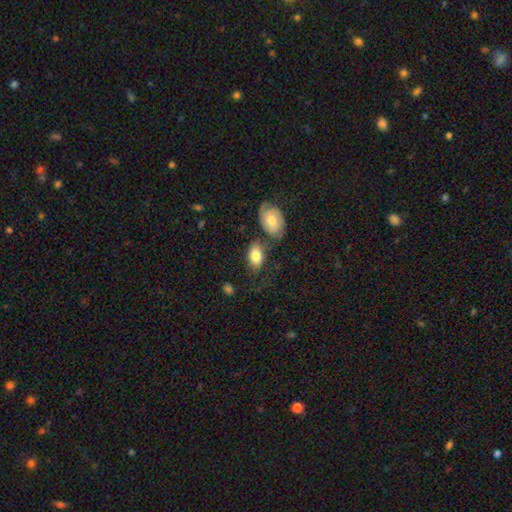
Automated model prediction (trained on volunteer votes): Q: Smooth or featured?
A: smooth (76%); runner-up: featured or disk (17%)
Q: How rounded?
A: in between (89%); runner-up: round (9%)
Q: Merging?
A: none (51%); runner-up: merger (22%)